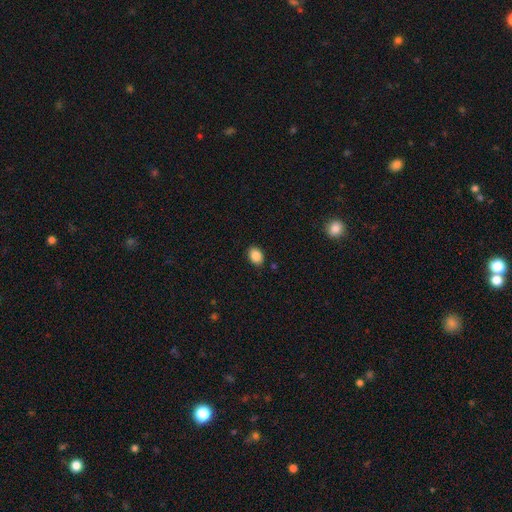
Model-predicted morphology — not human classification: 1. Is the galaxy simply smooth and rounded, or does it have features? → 87% smooth, 8% star or artifact, 5% featured or disk.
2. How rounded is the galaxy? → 73% in between, 26% round, 1% cigar-shaped.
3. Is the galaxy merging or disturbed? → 87% none, 9% minor disturbance, 2% major disturbance, 1% merger.